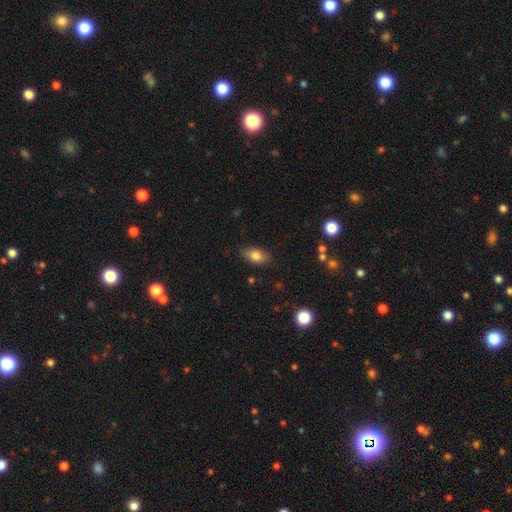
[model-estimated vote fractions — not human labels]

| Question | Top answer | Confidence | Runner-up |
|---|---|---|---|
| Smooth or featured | smooth | 79% | featured or disk (13%) |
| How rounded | in between | 88% | round (7%) |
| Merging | none | 85% | minor disturbance (12%) |